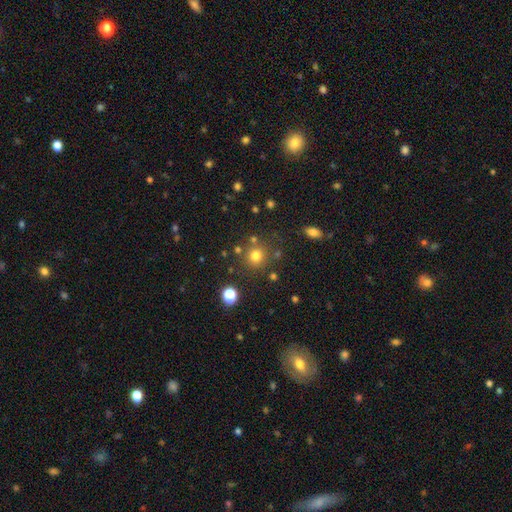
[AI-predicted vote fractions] smooth_or_featured: smooth (p=0.75) [alt: star or artifact p=0.17]
how_rounded: round (p=0.91) [alt: in between p=0.08]
merging: none (p=0.80) [alt: minor disturbance p=0.09]